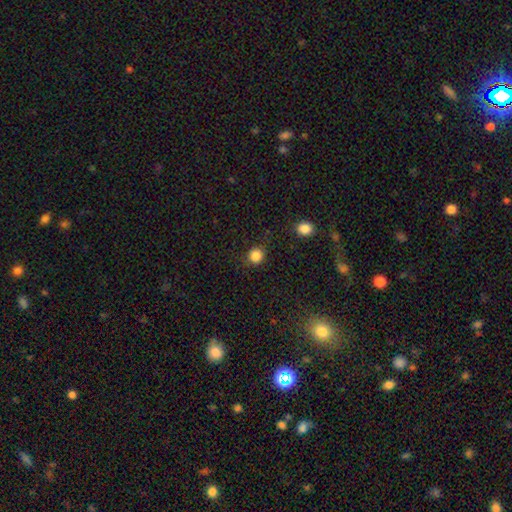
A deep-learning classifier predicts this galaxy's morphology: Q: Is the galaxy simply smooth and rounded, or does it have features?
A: smooth — 86%.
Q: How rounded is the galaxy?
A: round — 89%.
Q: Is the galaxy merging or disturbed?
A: none — 85%.